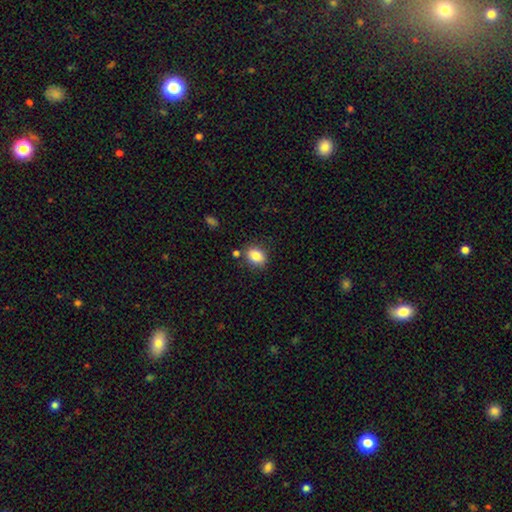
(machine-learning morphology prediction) Smooth or featured?
  - smooth: 84% *
  - star or artifact: 9%
  - featured or disk: 7%
How rounded?
  - in between: 63% *
  - round: 35%
  - cigar-shaped: 1%
Merging?
  - none: 79% *
  - minor disturbance: 12%
  - merger: 6%
  - major disturbance: 3%